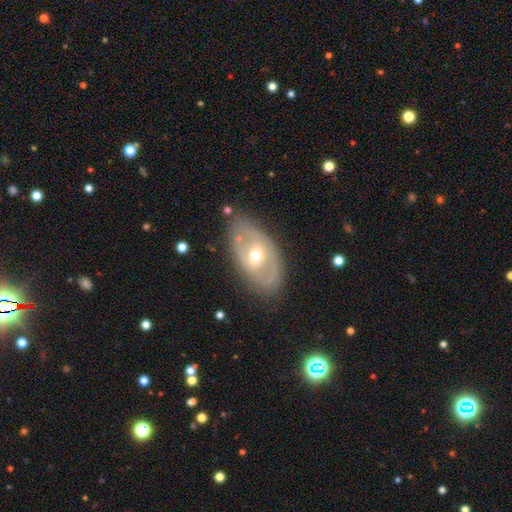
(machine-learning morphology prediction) This appears to be a featured or disk galaxy (66%) with no bar (50%), no spiral arms (60%) and a moderate central bulge (62%). Merging: none (74%).